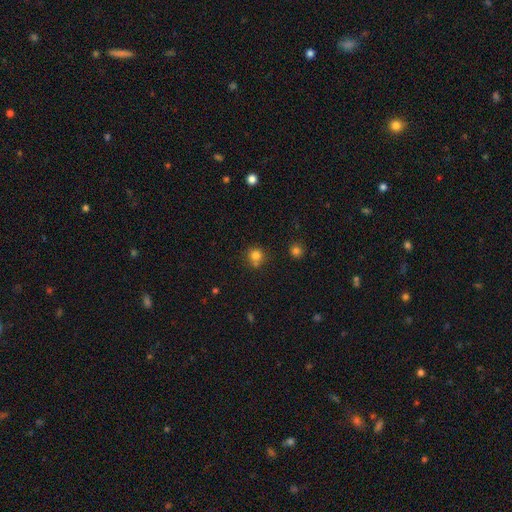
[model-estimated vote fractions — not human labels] A smooth galaxy with no disk features (80%) that is round (88%). Merging: none (66%).